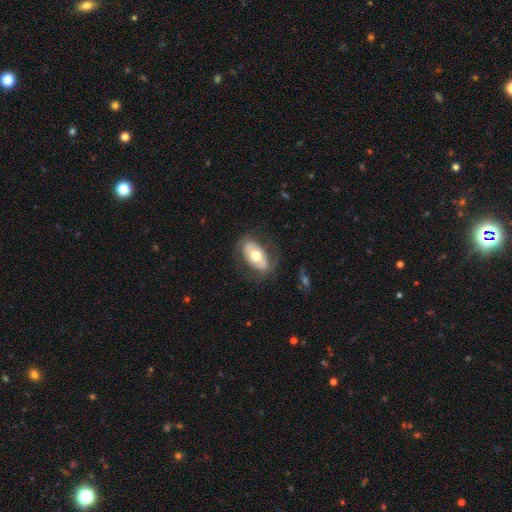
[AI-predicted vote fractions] smooth-or-featured: smooth: 51% | featured or disk: 43% | star or artifact: 6%
  how-rounded: in between: 92% | round: 5% | cigar-shaped: 3%
  merging: none: 74% | minor disturbance: 16% | major disturbance: 9% | merger: 1%